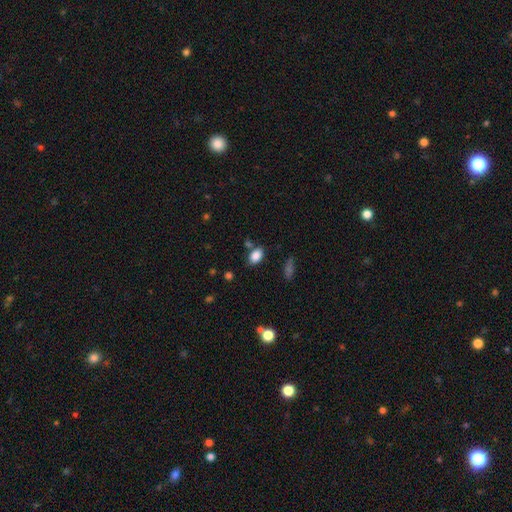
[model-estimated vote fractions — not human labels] Overall: smooth (85%). How rounded: in between (85%). Merging: none (73%).